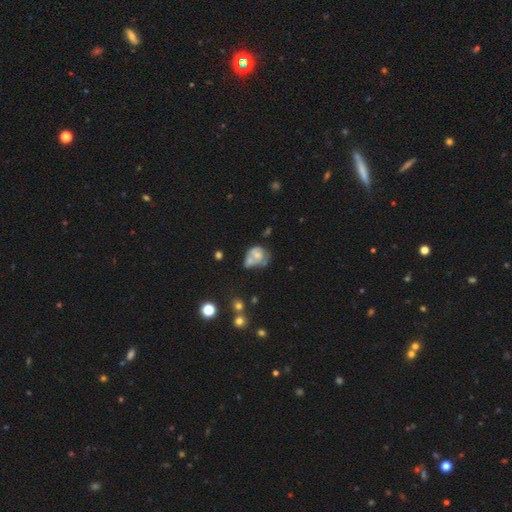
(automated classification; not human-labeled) A featured or disk galaxy (47%). Merging: merger (38%).